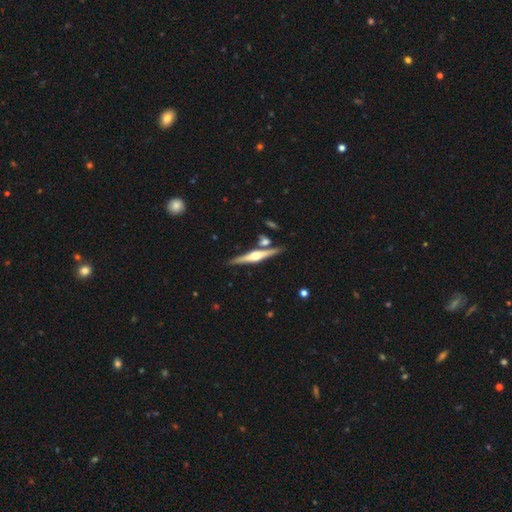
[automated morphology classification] smooth_or_featured: featured or disk (p=0.78) [alt: smooth p=0.17]
disk_edge_on: yes (p=0.98) [alt: no p=0.02]
edge_on_bulge: rounded (p=0.93) [alt: boxy p=0.05]
merging: none (p=0.82) [alt: merger p=0.09]